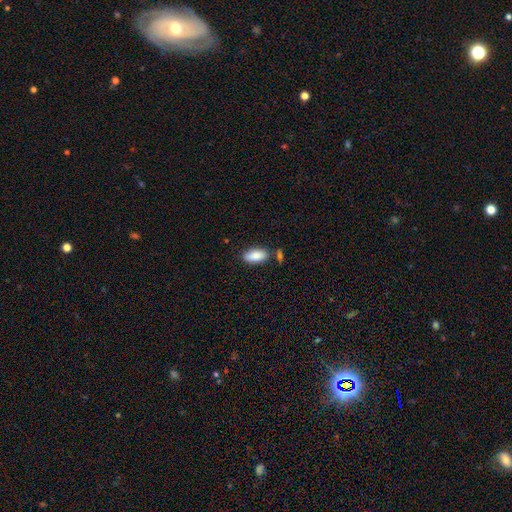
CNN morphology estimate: Smooth or featured: smooth — 85% (featured or disk — 8%)
How rounded: in between — 87% (cigar-shaped — 11%)
Merging: none — 73% (minor disturbance — 14%)